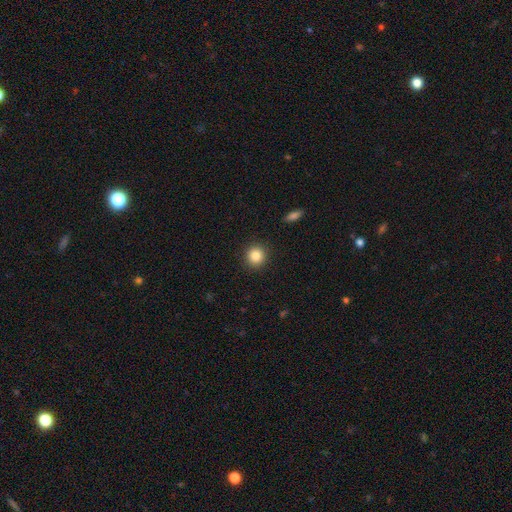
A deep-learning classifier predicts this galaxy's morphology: Smooth or featured?
  - smooth: 85% *
  - star or artifact: 10%
  - featured or disk: 5%
How rounded?
  - round: 91% *
  - in between: 8%
  - cigar-shaped: 1%
Merging?
  - none: 91% *
  - minor disturbance: 6%
  - major disturbance: 2%
  - merger: 1%